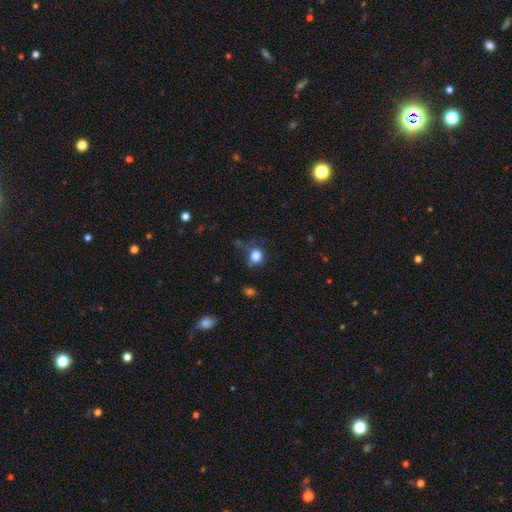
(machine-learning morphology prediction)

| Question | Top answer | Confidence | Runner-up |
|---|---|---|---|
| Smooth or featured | smooth | 83% | star or artifact (11%) |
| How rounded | round | 65% | in between (34%) |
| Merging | none | 55% | minor disturbance (26%) |